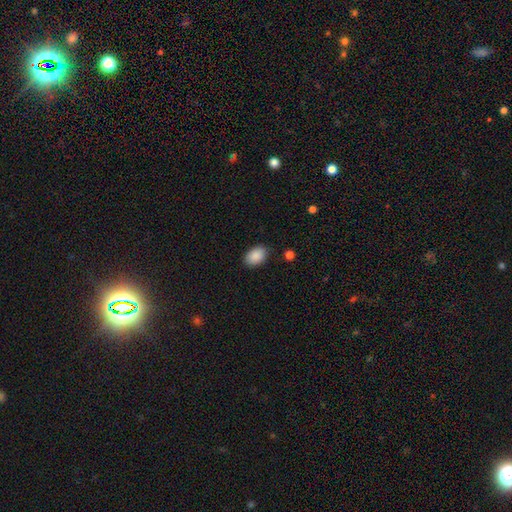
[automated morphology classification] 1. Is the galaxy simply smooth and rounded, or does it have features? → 89% smooth, 7% star or artifact, 4% featured or disk.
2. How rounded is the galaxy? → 87% in between, 12% round, 1% cigar-shaped.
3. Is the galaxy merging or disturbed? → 86% none, 10% minor disturbance, 2% major disturbance, 1% merger.